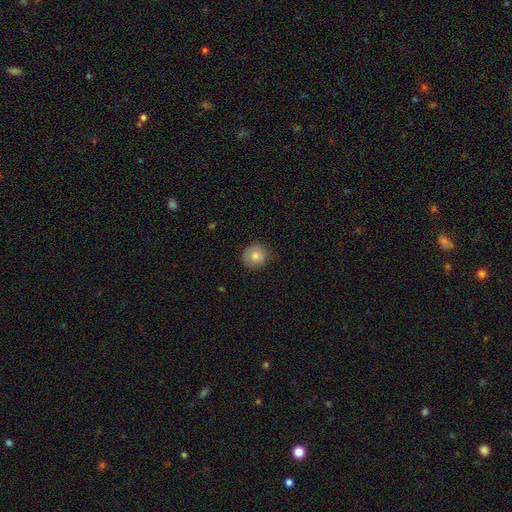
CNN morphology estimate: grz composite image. It shows a smooth galaxy with no disk features (80%) that is round (92%). Merging: none (82%).